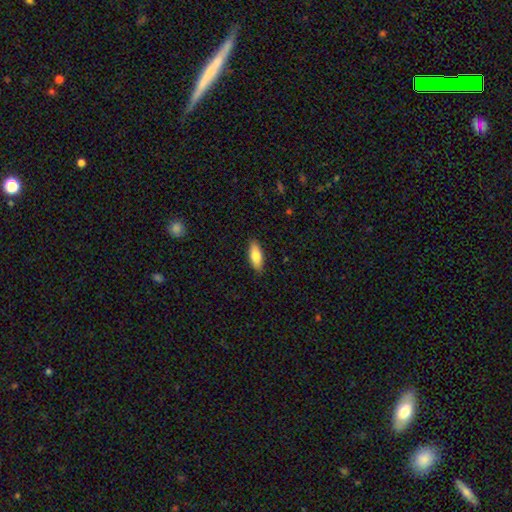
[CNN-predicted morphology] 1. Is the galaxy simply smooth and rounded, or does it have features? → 80% smooth, 14% featured or disk, 6% star or artifact.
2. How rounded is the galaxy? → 77% in between, 21% cigar-shaped, 2% round.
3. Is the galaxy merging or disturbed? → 88% none, 9% minor disturbance, 2% major disturbance, 1% merger.